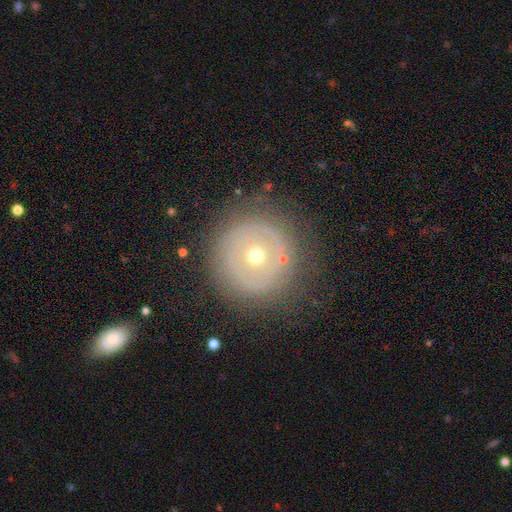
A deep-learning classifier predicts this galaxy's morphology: A featured or disk galaxy (49%).

Vote fractions:
- Smooth or featured? featured or disk: 49% / smooth: 40% / star or artifact: 11%
- Merging? none: 81% / minor disturbance: 11% / major disturbance: 6% / merger: 2%